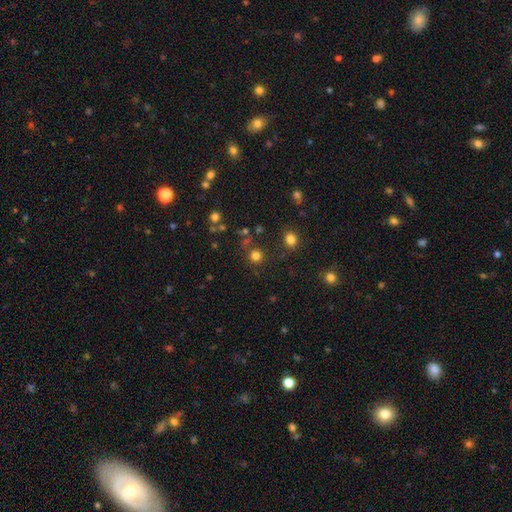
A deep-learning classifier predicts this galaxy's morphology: Smooth or featured: smooth — 77% (star or artifact — 18%)
How rounded: round — 92% (in between — 7%)
Merging: none — 81% (minor disturbance — 8%)